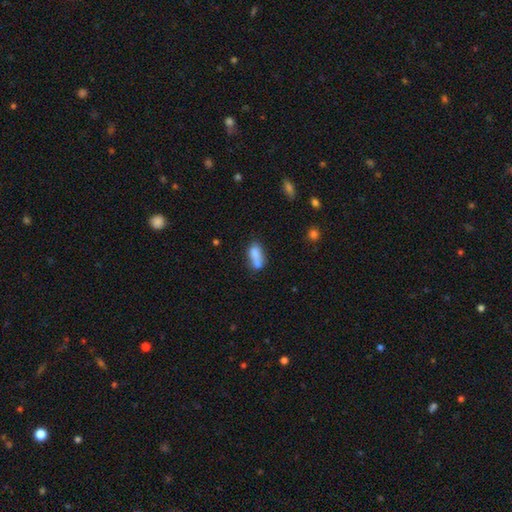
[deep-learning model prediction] Overall: smooth (76%). How rounded: in between (81%). Merging: merger (42%; none 35%).